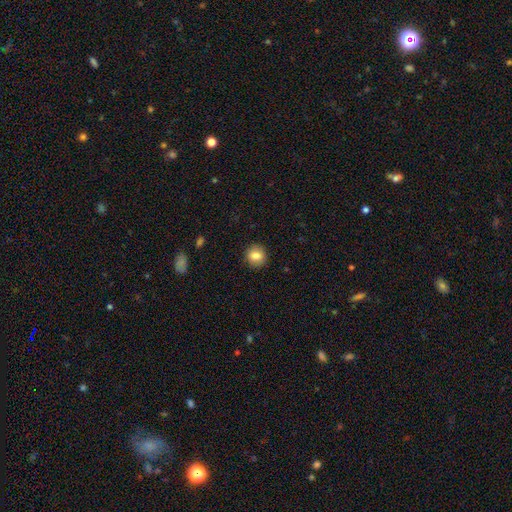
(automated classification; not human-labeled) The model was most divided on "how rounded": round: 81%, in between: 18%, cigar-shaped: 1%. More confident: merging — none (89%); smooth or featured — smooth (83%).